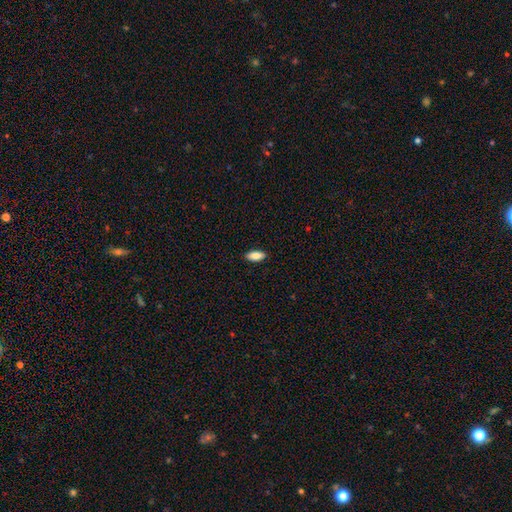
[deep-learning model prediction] Smooth or featured: smooth — 86% (featured or disk — 7%)
How rounded: in between — 85% (cigar-shaped — 13%)
Merging: none — 89% (minor disturbance — 8%)